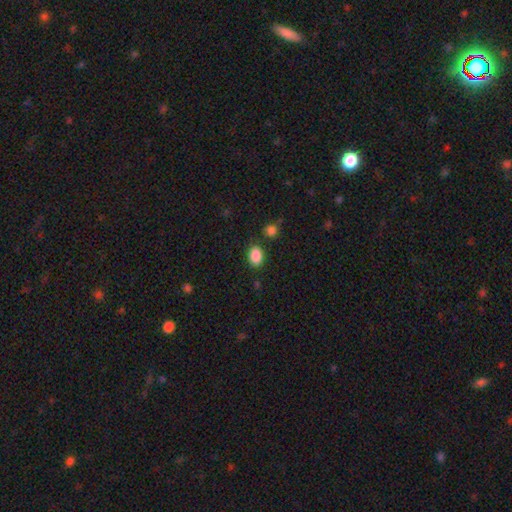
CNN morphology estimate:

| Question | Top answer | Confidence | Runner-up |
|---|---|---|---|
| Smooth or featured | smooth | 88% | star or artifact (8%) |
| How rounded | in between | 82% | round (16%) |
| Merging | none | 82% | minor disturbance (11%) |